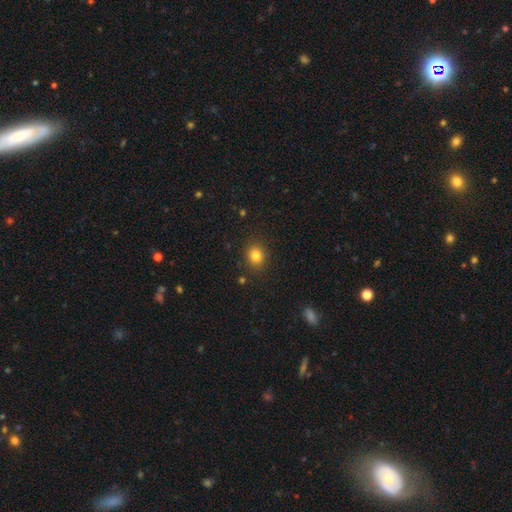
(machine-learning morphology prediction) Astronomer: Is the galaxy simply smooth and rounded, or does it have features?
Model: smooth — 82%.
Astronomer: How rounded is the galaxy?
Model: round — 72%.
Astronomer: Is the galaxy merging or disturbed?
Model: none — 88%.